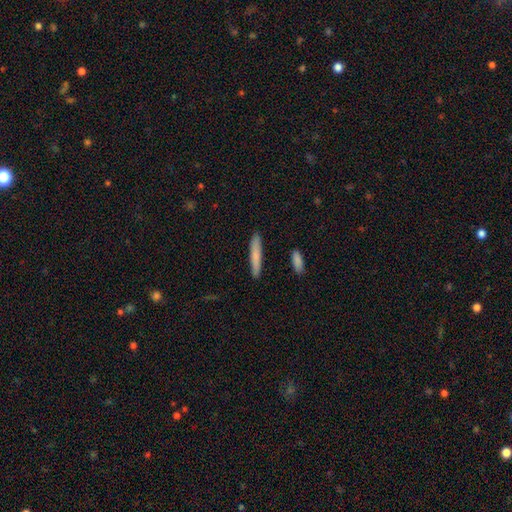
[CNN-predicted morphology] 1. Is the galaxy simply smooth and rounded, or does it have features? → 77% smooth, 18% featured or disk, 6% star or artifact.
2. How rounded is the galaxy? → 93% cigar-shaped, 5% in between, 1% round.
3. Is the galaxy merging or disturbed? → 90% none, 7% minor disturbance, 2% merger, 1% major disturbance.